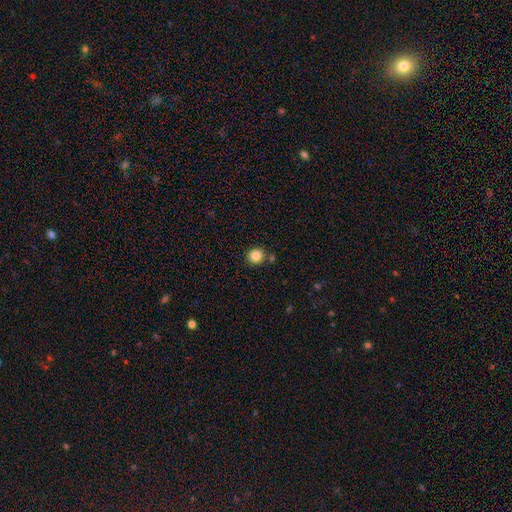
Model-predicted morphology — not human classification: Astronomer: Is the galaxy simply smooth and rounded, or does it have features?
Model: smooth — 85%.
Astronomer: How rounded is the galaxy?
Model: round — 91%.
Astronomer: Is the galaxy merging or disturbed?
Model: none — 83%.